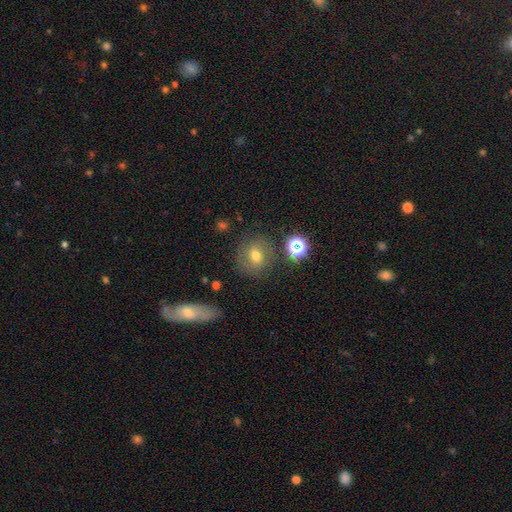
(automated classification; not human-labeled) This is possibly a smooth galaxy (58%). How rounded: likely round (72%). Merging: likely none (75%).